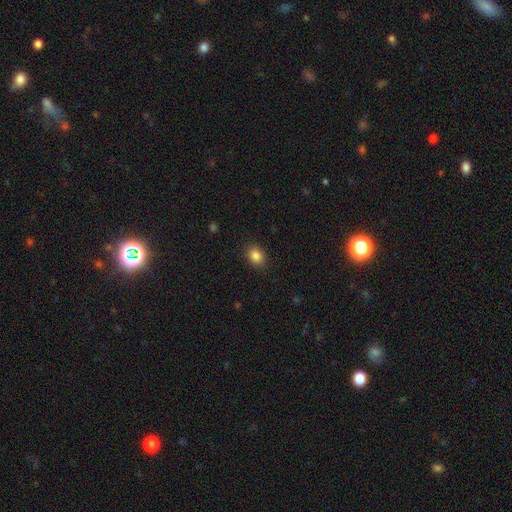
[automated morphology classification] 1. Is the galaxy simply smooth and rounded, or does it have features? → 86% smooth, 10% star or artifact, 4% featured or disk.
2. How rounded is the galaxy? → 58% in between, 41% round, 1% cigar-shaped.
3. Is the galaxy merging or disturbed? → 89% none, 8% minor disturbance, 2% major disturbance, 1% merger.